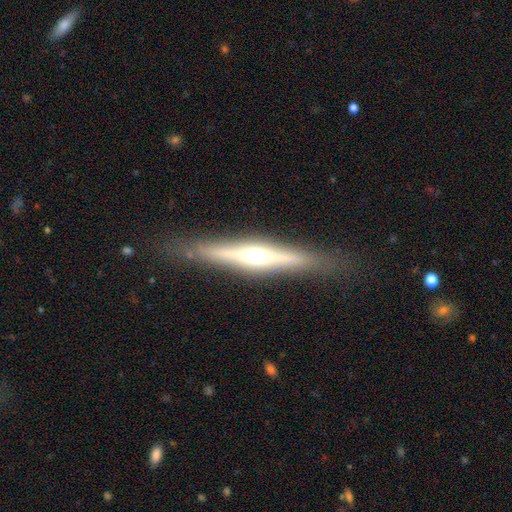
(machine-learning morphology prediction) Smooth or featured? featured or disk (72%)
Edge-on disk? yes (96%)
Edge-on bulge? rounded (87%)
Merging? none (86%)